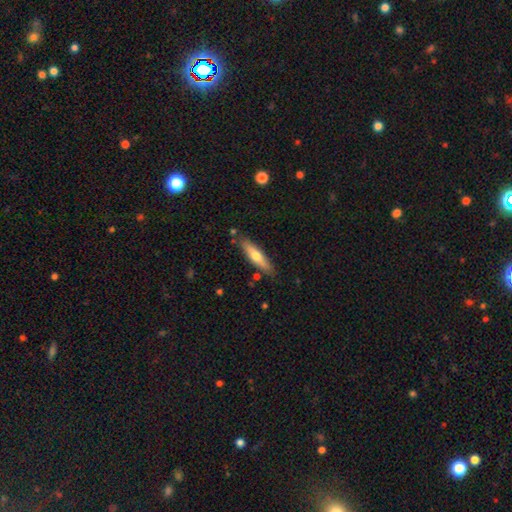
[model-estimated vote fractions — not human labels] Overall: smooth (56%; featured or disk 38%). How rounded: cigar-shaped (73%). Merging: none (82%).